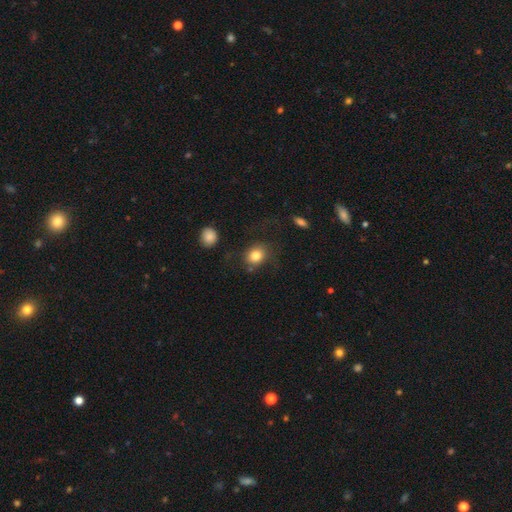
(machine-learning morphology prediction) A smooth galaxy with no disk features (81%) that is round (58%).

Vote fractions:
- Smooth or featured? smooth: 81% / star or artifact: 10% / featured or disk: 9%
- How rounded? round: 58% / in between: 41% / cigar-shaped: 1%
- Merging? none: 71% / minor disturbance: 16% / major disturbance: 9% / merger: 4%